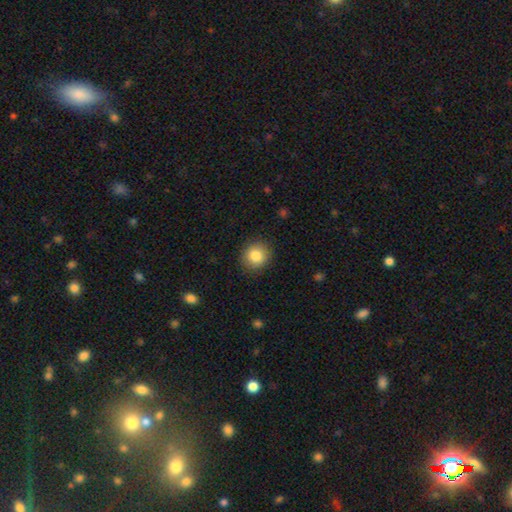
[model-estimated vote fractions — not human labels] Smooth or featured: smooth — 85% (star or artifact — 9%)
How rounded: round — 84% (in between — 15%)
Merging: none — 89% (minor disturbance — 8%)